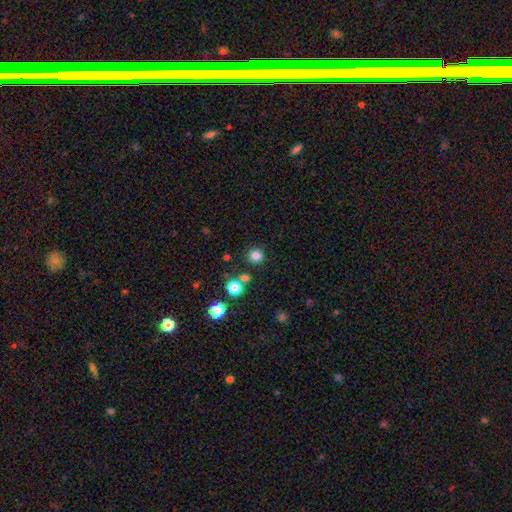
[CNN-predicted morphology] Smooth or featured? smooth (81%)
How rounded? round (94%)
Merging? none (85%)